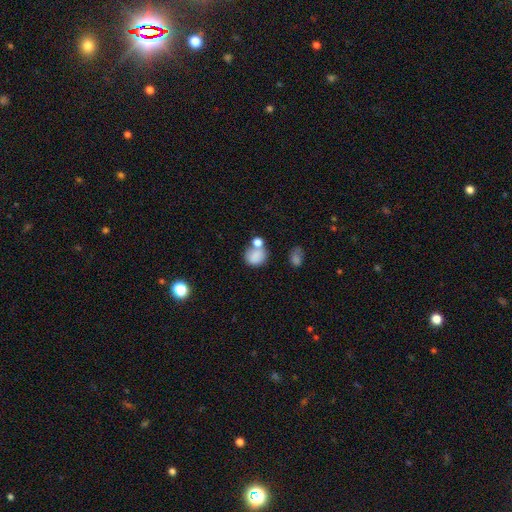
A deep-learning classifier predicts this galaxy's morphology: smooth_or_featured: smooth (p=0.81) [alt: star or artifact p=0.10]
how_rounded: round (p=0.66) [alt: in between p=0.33]
merging: none (p=0.44) [alt: merger p=0.32]